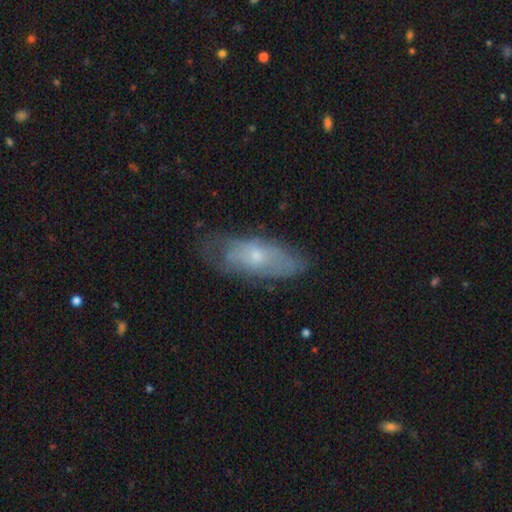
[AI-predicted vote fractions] This appears to be a featured or disk galaxy (47%). Merging: none (59%).